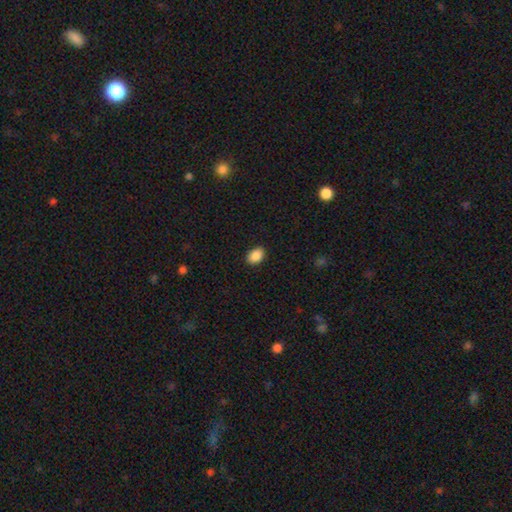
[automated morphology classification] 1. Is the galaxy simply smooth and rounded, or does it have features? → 89% smooth, 8% star or artifact, 3% featured or disk.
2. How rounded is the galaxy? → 80% in between, 19% round, 1% cigar-shaped.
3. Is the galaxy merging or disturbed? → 89% none, 8% minor disturbance, 2% major disturbance, 1% merger.